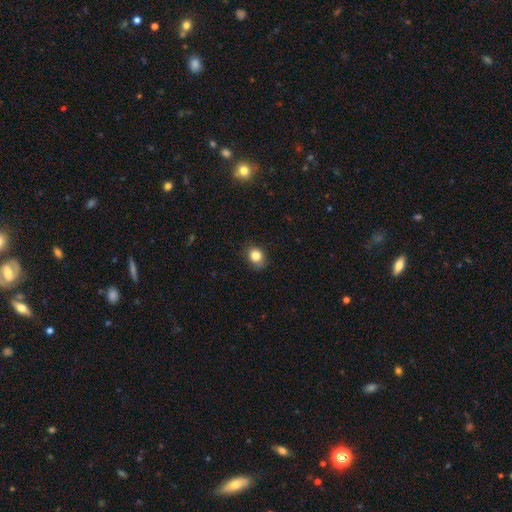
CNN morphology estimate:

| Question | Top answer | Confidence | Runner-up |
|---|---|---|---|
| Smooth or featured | smooth | 82% | star or artifact (11%) |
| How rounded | round | 56% | in between (43%) |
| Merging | none | 78% | minor disturbance (17%) |